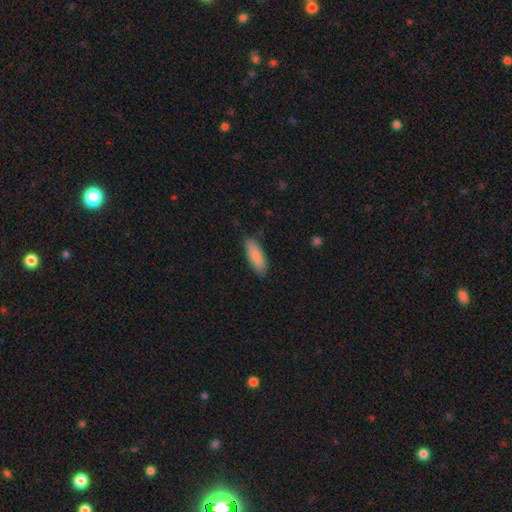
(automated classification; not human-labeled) Smooth or featured: smooth — 85% (featured or disk — 9%)
How rounded: in between — 67% (cigar-shaped — 31%)
Merging: none — 85% (minor disturbance — 12%)